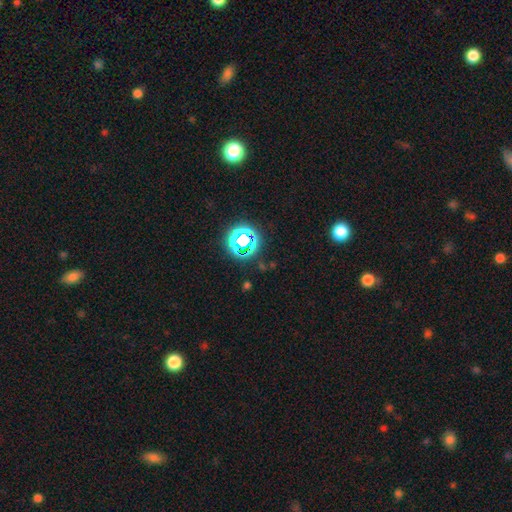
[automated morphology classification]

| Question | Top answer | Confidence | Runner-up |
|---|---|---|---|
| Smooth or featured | star or artifact | 69% | smooth (24%) |